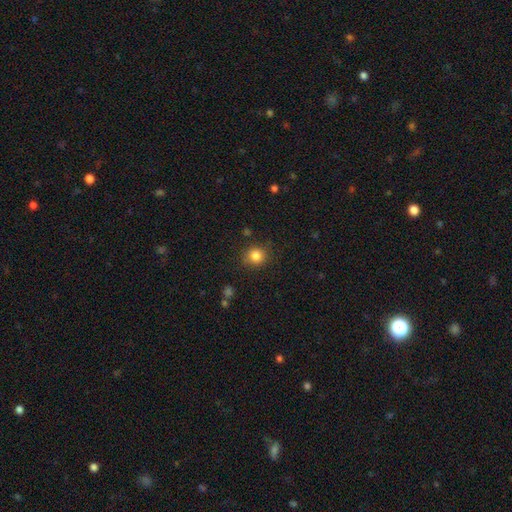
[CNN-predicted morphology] smooth_or_featured: smooth (p=0.83) [alt: star or artifact p=0.11]
how_rounded: round (p=0.86) [alt: in between p=0.13]
merging: none (p=0.85) [alt: minor disturbance p=0.10]